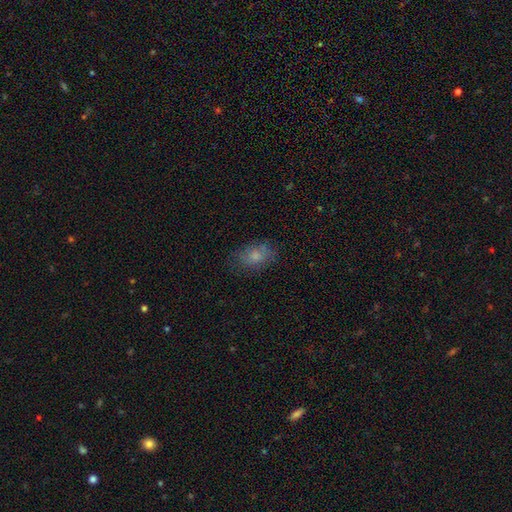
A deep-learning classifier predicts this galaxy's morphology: type=smooth (75%); roundness=in between (81%); merging=none (73%).